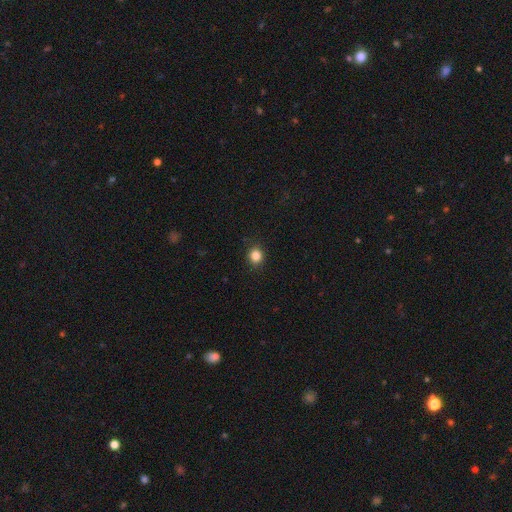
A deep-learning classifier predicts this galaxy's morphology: smooth 84%, star or artifact 12%, featured or disk 5%. Down the decision tree: how rounded — round (80%); merging — none (90%).